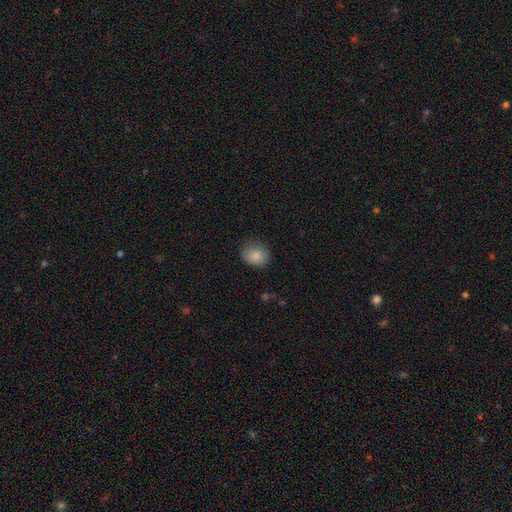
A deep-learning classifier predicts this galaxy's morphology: Smooth or featured: smooth — 85% (star or artifact — 9%)
How rounded: round — 57% (in between — 42%)
Merging: none — 76% (minor disturbance — 19%)